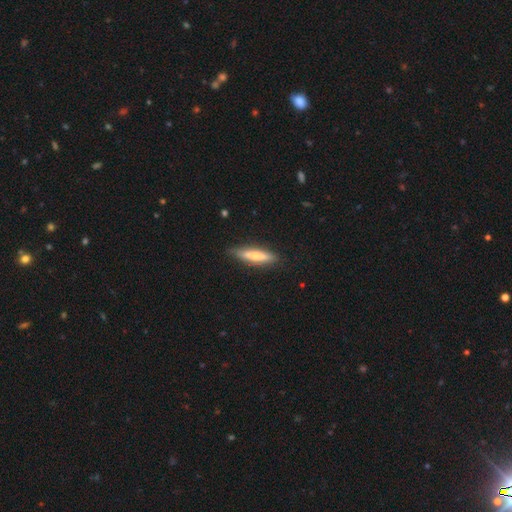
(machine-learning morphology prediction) Overall: smooth (54%; featured or disk 40%). How rounded: cigar-shaped (82%). Merging: none (85%).